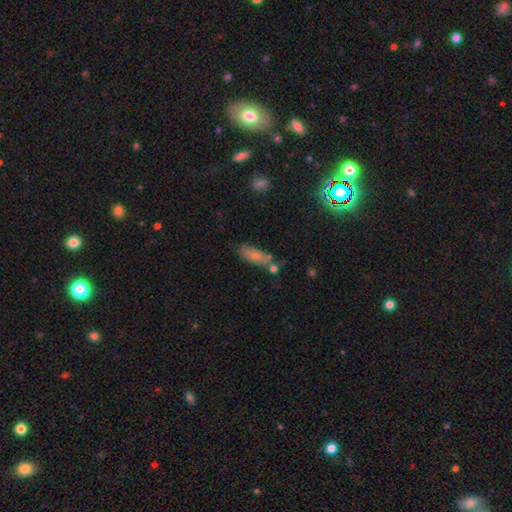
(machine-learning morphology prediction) Smooth or featured: smooth — 76% (featured or disk — 15%)
How rounded: in between — 66% (cigar-shaped — 31%)
Merging: none — 58% (minor disturbance — 20%)